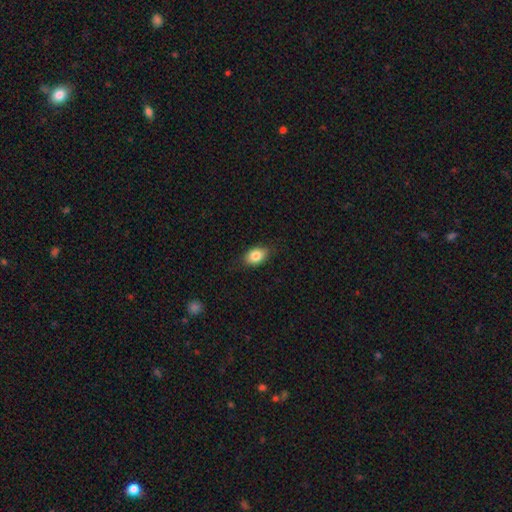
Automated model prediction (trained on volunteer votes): The model was most divided on "how rounded": in between: 83%, round: 15%, cigar-shaped: 2%. More confident: smooth or featured — smooth (84%); merging — none (82%).